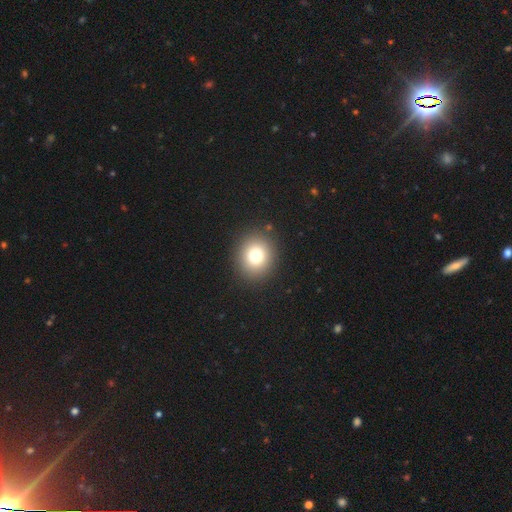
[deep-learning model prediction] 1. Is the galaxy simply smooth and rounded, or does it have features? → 76% smooth, 13% star or artifact, 10% featured or disk.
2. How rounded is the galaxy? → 83% round, 16% in between, 1% cigar-shaped.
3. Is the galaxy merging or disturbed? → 90% none, 6% minor disturbance, 3% major disturbance, 2% merger.